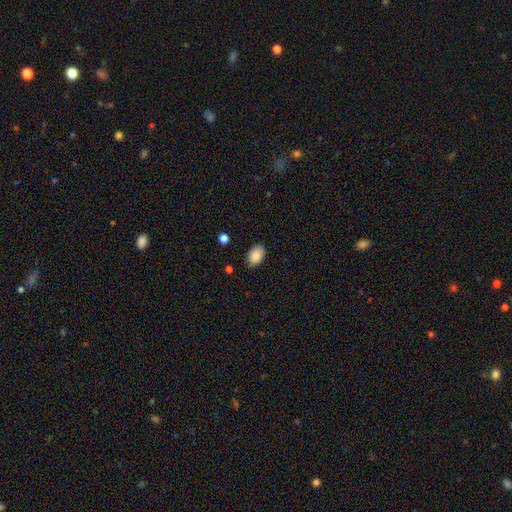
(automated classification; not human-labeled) smooth_or_featured: smooth (p=0.88) [alt: star or artifact p=0.07]
how_rounded: in between (p=0.87) [alt: round p=0.11]
merging: none (p=0.78) [alt: minor disturbance p=0.17]